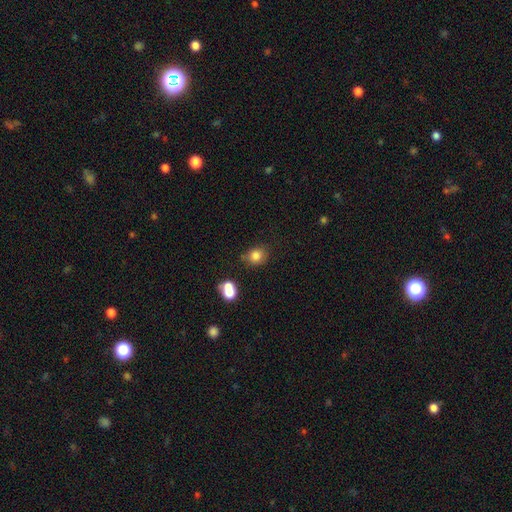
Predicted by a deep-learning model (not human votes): A smooth galaxy with no disk features (81%) that is round (69%).

Vote fractions:
- Smooth or featured? smooth: 81% / star or artifact: 12% / featured or disk: 7%
- How rounded? round: 69% / in between: 30% / cigar-shaped: 1%
- Merging? none: 70% / minor disturbance: 17% / merger: 8% / major disturbance: 5%